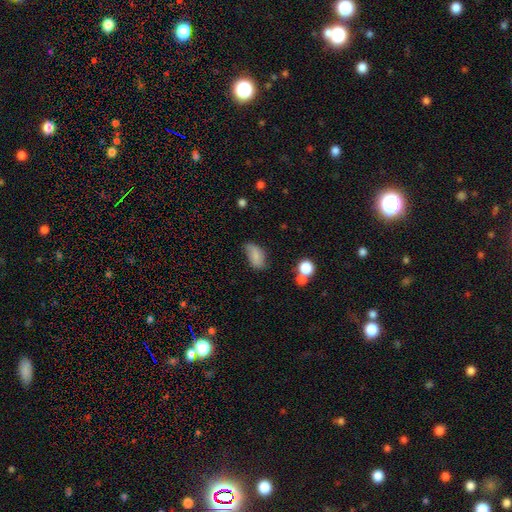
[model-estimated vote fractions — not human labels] Overall: smooth (79%). How rounded: in between (91%). Merging: none (56%; minor disturbance 32%).